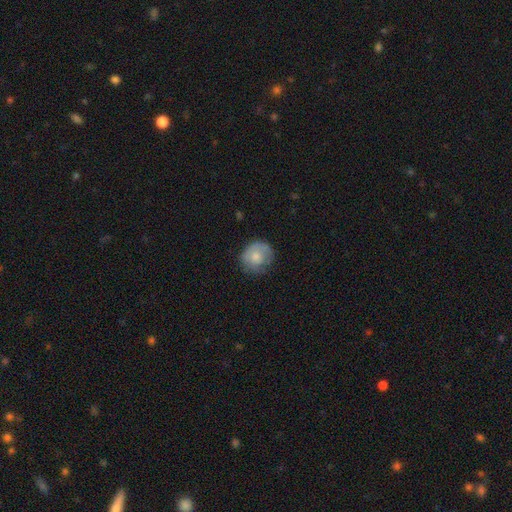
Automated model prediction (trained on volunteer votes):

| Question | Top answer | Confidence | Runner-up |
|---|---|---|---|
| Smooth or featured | smooth | 69% | featured or disk (24%) |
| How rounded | round | 82% | in between (17%) |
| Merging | none | 67% | minor disturbance (24%) |